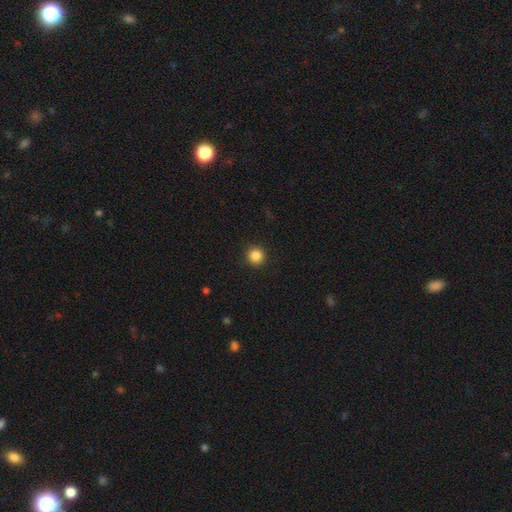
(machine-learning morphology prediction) type=smooth (86%); roundness=round (95%); merging=none (92%).